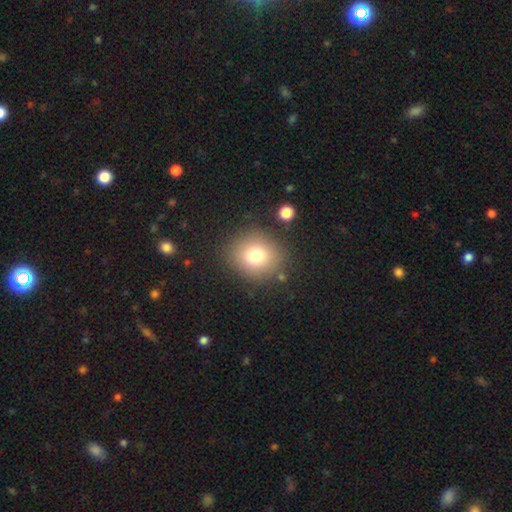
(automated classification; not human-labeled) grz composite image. It shows a smooth galaxy with no disk features (76%) that is round (83%). Merging: none (84%).